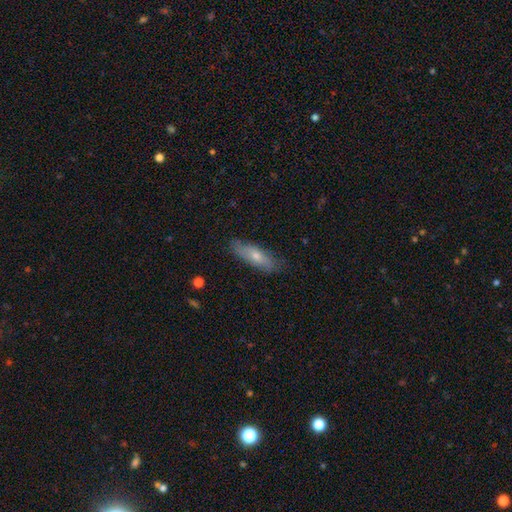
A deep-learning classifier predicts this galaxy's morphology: This is possibly a smooth galaxy (54%). How rounded: possibly cigar-shaped (56%). Merging: likely none (80%).